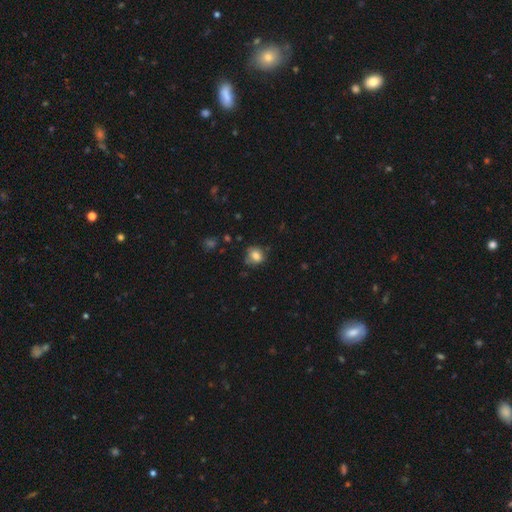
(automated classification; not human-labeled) smooth 79%, star or artifact 11%, featured or disk 10%. Down the decision tree: how rounded — round (67%); merging — none (69%).